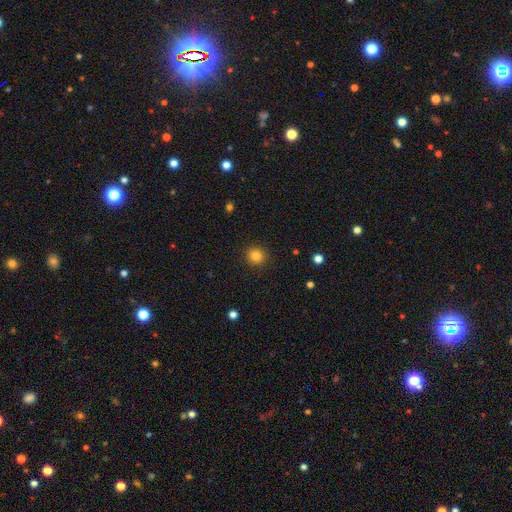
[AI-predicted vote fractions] smooth_or_featured: smooth (p=0.84) [alt: star or artifact p=0.11]
how_rounded: round (p=0.92) [alt: in between p=0.07]
merging: none (p=0.91) [alt: minor disturbance p=0.06]